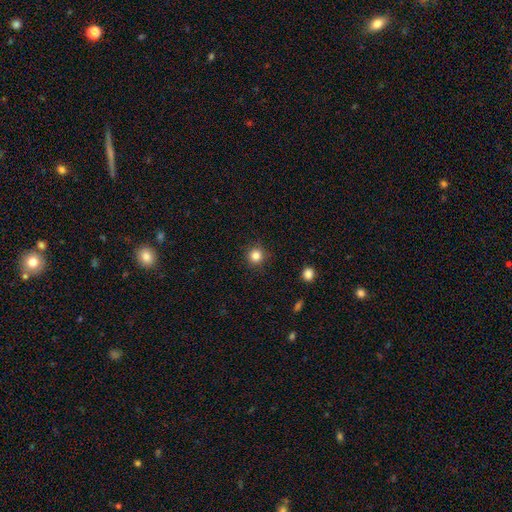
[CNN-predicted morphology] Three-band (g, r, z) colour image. It shows a smooth galaxy with no disk features (83%) that is round (94%). Merging: none (89%).